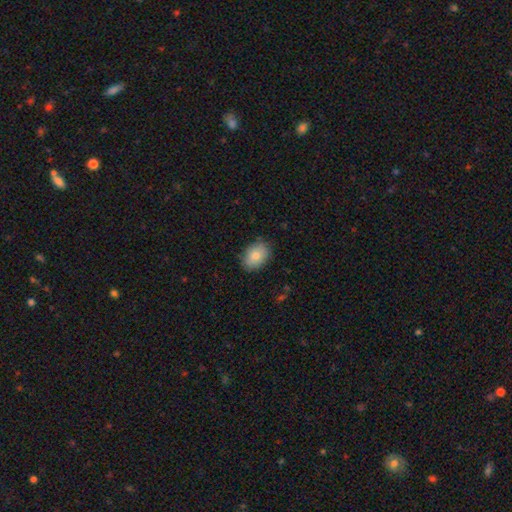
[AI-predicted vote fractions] Smooth or featured?
  - smooth: 82% *
  - featured or disk: 11%
  - star or artifact: 7%
How rounded?
  - in between: 80% *
  - round: 19%
  - cigar-shaped: 1%
Merging?
  - none: 85% *
  - minor disturbance: 12%
  - major disturbance: 3%
  - merger: 1%